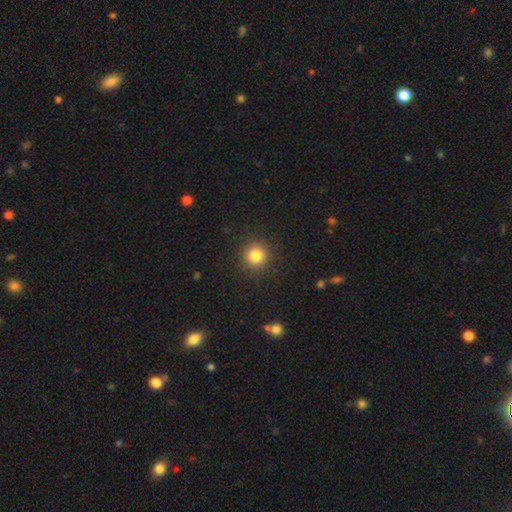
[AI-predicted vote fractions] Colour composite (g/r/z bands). It shows a smooth galaxy with no disk features (83%) that is round (94%). Merging: none (91%).